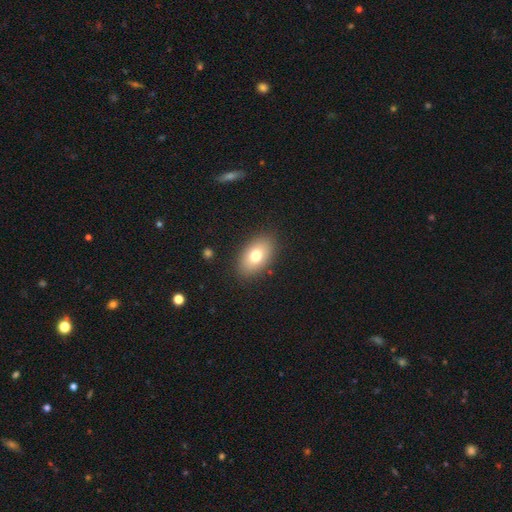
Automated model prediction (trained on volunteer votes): Smooth or featured? smooth (75%)
How rounded? in between (90%)
Merging? none (87%)